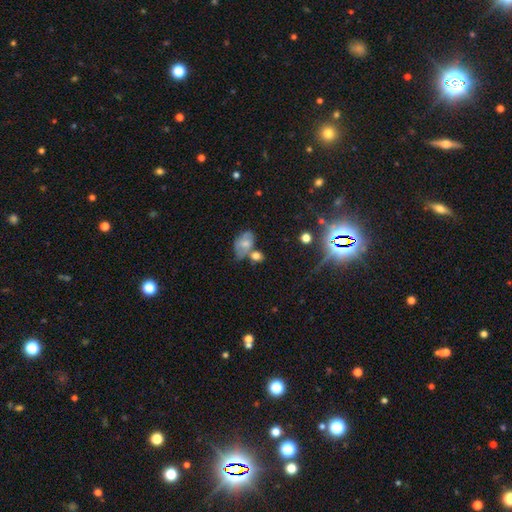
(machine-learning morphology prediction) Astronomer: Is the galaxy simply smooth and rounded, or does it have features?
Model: smooth — 62%.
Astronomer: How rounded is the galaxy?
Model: in between — 63%.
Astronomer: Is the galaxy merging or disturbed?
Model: none — 40% (runner-up: merger, 34%).